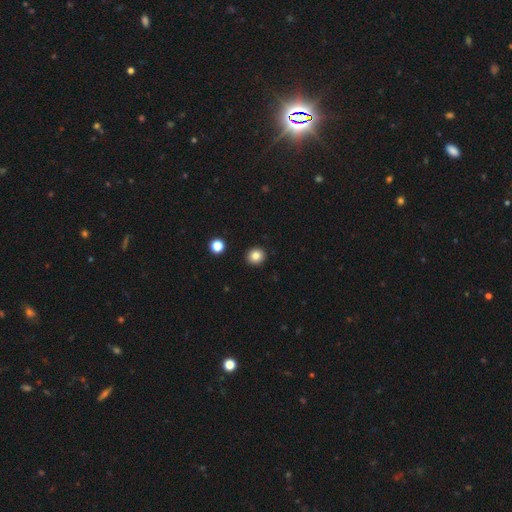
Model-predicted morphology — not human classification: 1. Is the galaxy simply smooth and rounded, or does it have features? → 84% smooth, 11% star or artifact, 5% featured or disk.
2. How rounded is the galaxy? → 88% round, 11% in between, 1% cigar-shaped.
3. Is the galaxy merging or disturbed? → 92% none, 5% minor disturbance, 2% major disturbance, 1% merger.